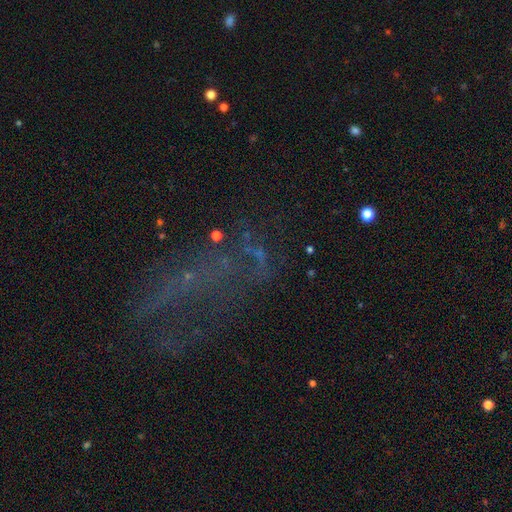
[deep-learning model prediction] A star or artifact, not a galaxy (49%).